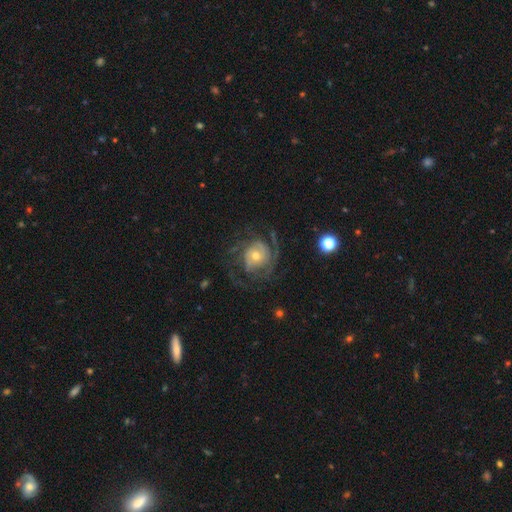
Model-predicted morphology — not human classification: type=featured or disk (80%); edge-on=no (98%); bar=no (75%); spiral arms=yes (90%); winding=tight (49%); arm count=can't tell (32%); bulge=moderate (52%); merging=none (61%).